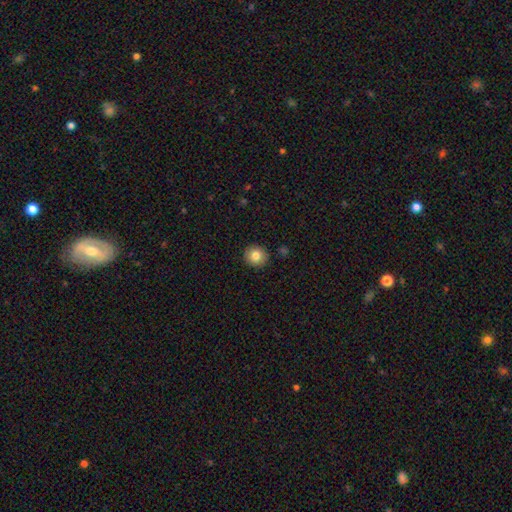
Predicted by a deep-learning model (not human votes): Smooth or featured: smooth — 81% (star or artifact — 10%)
How rounded: round — 91% (in between — 9%)
Merging: none — 91% (minor disturbance — 6%)